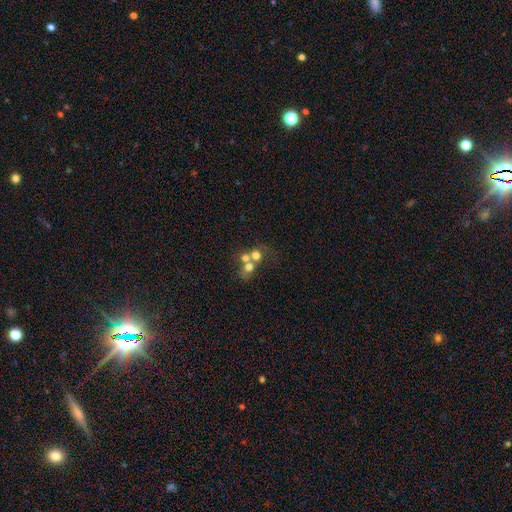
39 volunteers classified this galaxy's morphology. Smooth or featured: smooth — 72% (featured or disk — 18%)
How rounded: round — 89% (in between — 11%)
Merging: merger — 51% (none — 37%)